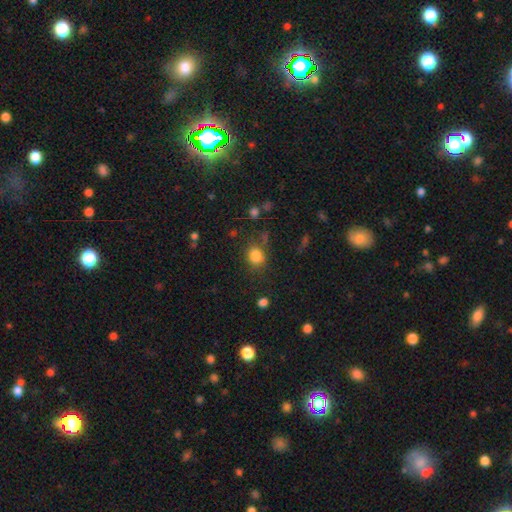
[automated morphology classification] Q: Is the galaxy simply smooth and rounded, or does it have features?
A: smooth — 83%.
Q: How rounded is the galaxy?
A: round — 61%.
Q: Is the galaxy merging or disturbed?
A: none — 72%.